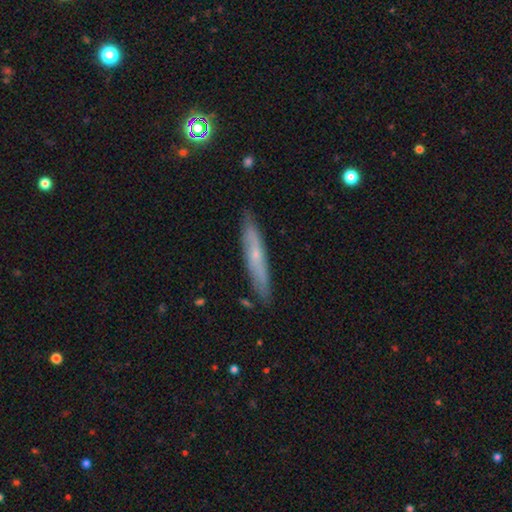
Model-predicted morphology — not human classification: Smooth or featured: featured or disk — 52% (smooth — 41%)
Edge-on disk: yes — 79% (no — 21%)
Merging: none — 86% (minor disturbance — 11%)